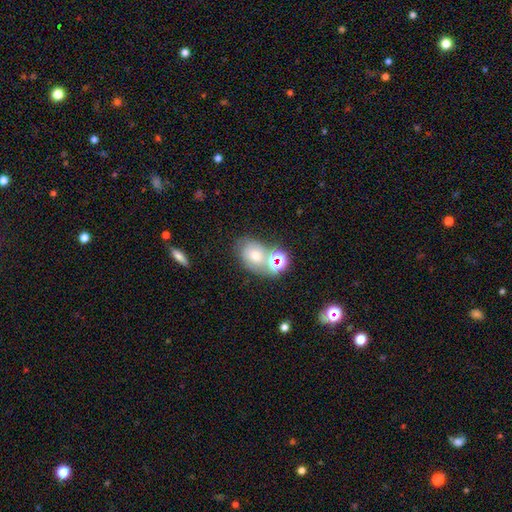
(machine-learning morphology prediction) A smooth galaxy with no disk features (48%).

Vote fractions:
- Smooth or featured? smooth: 48% / featured or disk: 31% / star or artifact: 21%
- Merging? none: 51% / merger: 24% / minor disturbance: 17% / major disturbance: 8%